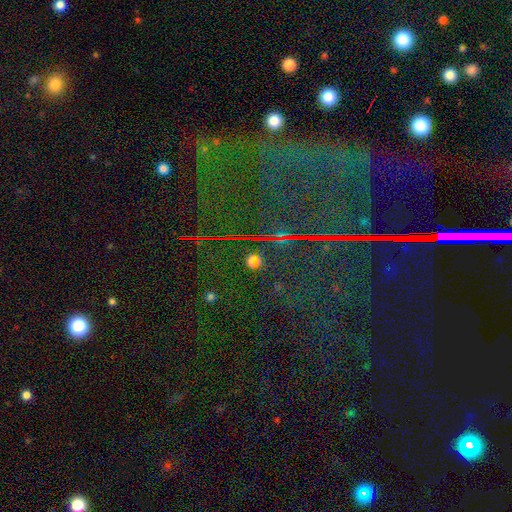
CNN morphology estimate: This appears to be a star or artifact, not a galaxy (80%).